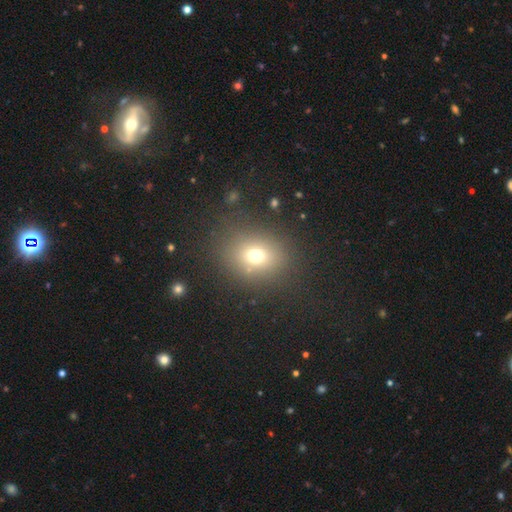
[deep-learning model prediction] A smooth galaxy with no disk features (70%) that is round (62%). Merging: none (81%).